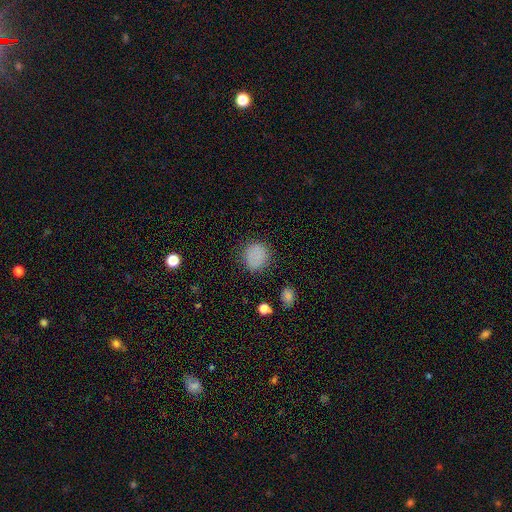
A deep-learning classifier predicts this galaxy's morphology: Smooth or featured? smooth (82%)
How rounded? round (83%)
Merging? none (83%)